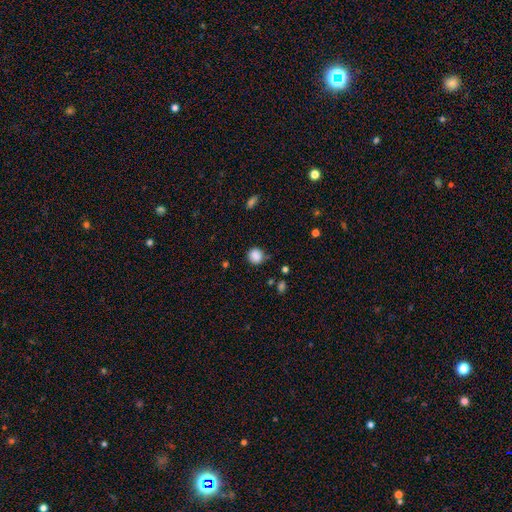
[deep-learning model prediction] Overall: smooth (86%). How rounded: round (89%). Merging: none (77%).